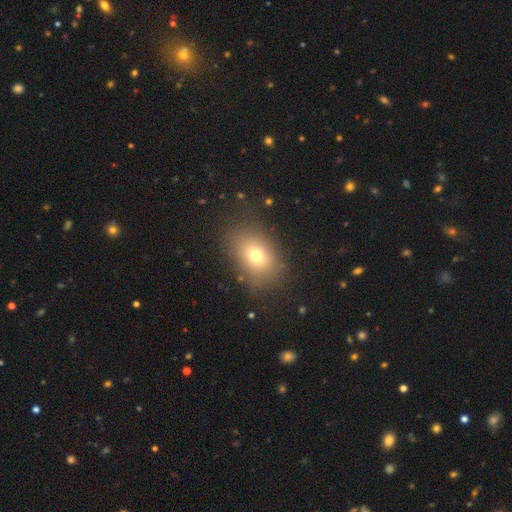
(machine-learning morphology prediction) A smooth galaxy with no disk features (72%) that is in between round and cigar-shaped (77%).

Vote fractions:
- Smooth or featured? smooth: 72% / featured or disk: 14% / star or artifact: 14%
- How rounded? in between: 77% / round: 21% / cigar-shaped: 1%
- Merging? none: 81% / minor disturbance: 12% / major disturbance: 6% / merger: 1%